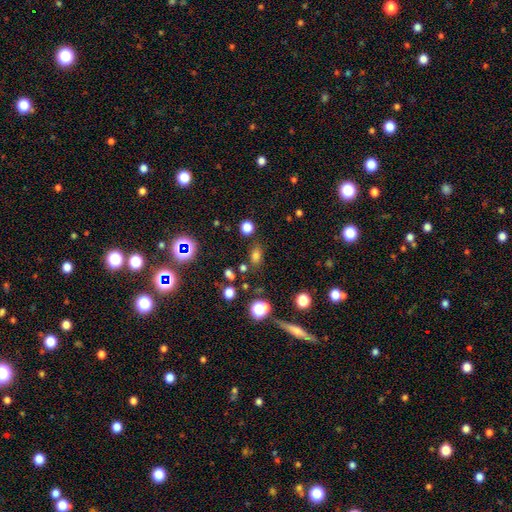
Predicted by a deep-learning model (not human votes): This is likely a smooth galaxy (71%). How rounded: likely in between (71%). Merging: likely none (78%).